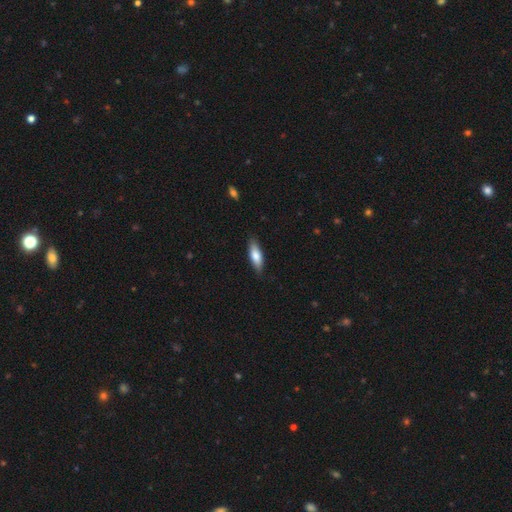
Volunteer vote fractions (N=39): Smooth or featured?
  - smooth: 77% *
  - featured or disk: 21%
  - star or artifact: 3%
How rounded?
  - in between: 57% *
  - cigar-shaped: 40%
  - round: 3%
Merging?
  - none: 82% *
  - minor disturbance: 13%
  - major disturbance: 5%
  - merger: 0%